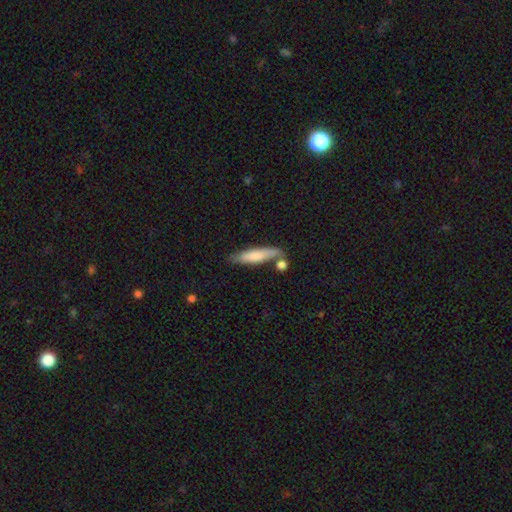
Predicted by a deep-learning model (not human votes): Smooth or featured: smooth — 72% (featured or disk — 22%)
How rounded: cigar-shaped — 77% (in between — 21%)
Merging: none — 62% (minor disturbance — 17%)